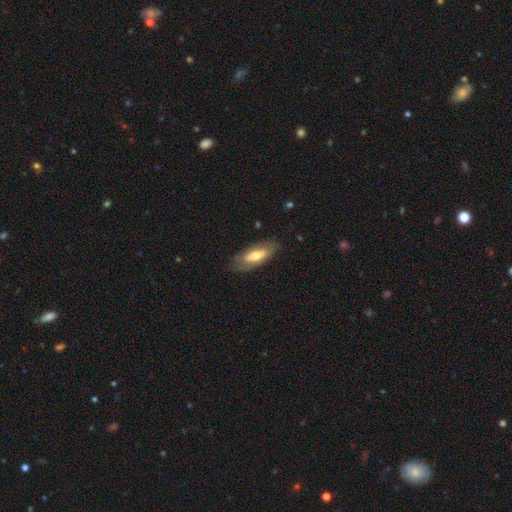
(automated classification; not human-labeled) This is possibly a smooth galaxy (48%). Merging: likely none (77%).